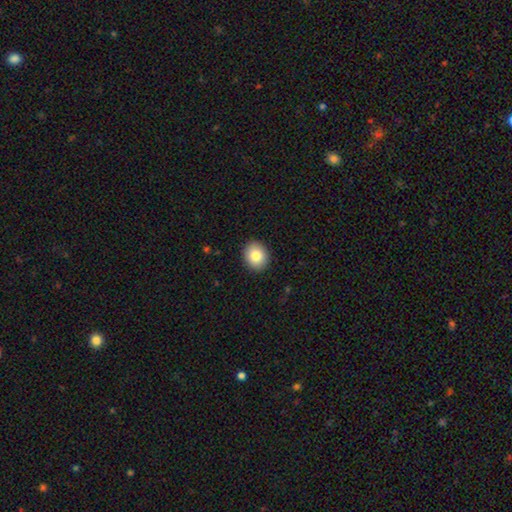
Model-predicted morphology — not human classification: Overall: smooth (83%). How rounded: round (67%; in between 32%). Merging: none (91%).